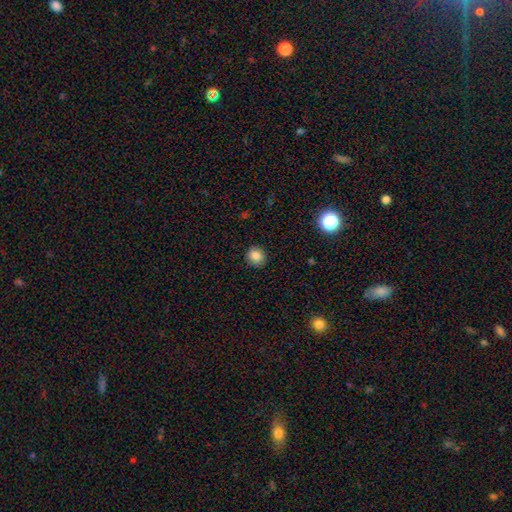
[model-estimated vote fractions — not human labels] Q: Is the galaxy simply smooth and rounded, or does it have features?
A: smooth — 85%.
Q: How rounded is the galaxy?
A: round — 85%.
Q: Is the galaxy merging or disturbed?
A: none — 89%.